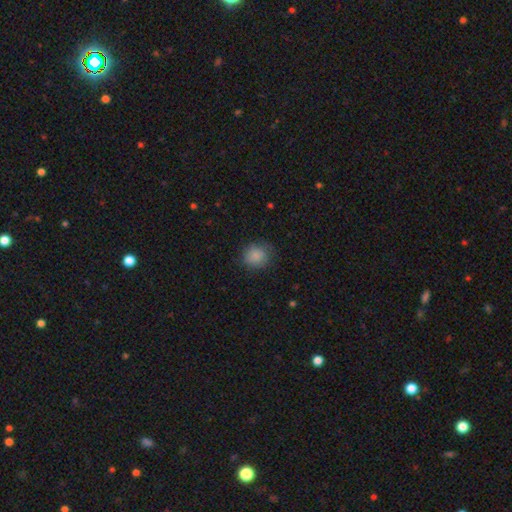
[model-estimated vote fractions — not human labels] smooth_or_featured: smooth (p=0.86) [alt: star or artifact p=0.09]
how_rounded: round (p=0.79) [alt: in between p=0.20]
merging: none (p=0.80) [alt: minor disturbance p=0.15]